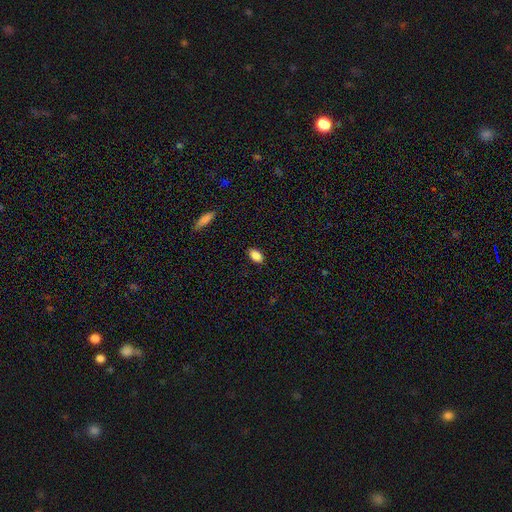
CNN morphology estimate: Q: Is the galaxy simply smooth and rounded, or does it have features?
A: smooth — 87%.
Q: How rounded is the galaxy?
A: in between — 90%.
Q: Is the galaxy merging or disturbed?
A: none — 88%.